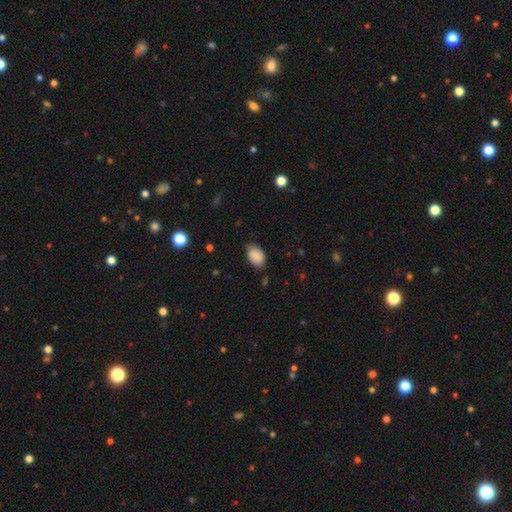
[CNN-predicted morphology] This appears to be a smooth galaxy with no disk features (87%) that is in between round and cigar-shaped (89%). Merging: none (68%).